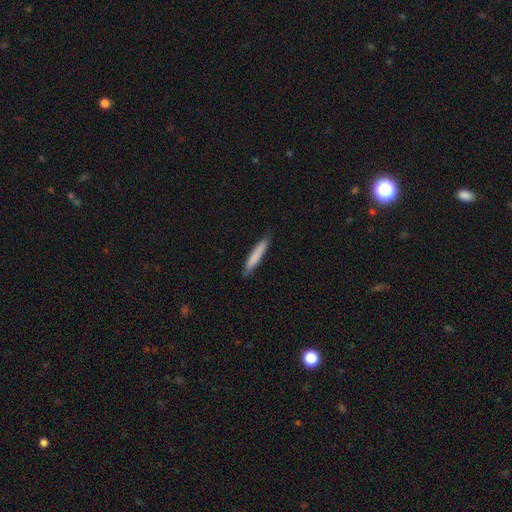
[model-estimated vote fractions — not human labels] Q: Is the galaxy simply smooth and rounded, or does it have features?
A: smooth — 78%.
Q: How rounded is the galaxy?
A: cigar-shaped — 94%.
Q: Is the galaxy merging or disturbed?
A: none — 89%.